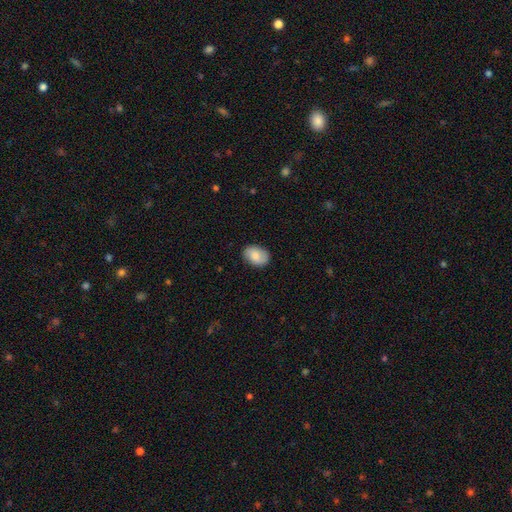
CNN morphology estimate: Overall: smooth (79%). How rounded: in between (79%). Merging: none (85%).